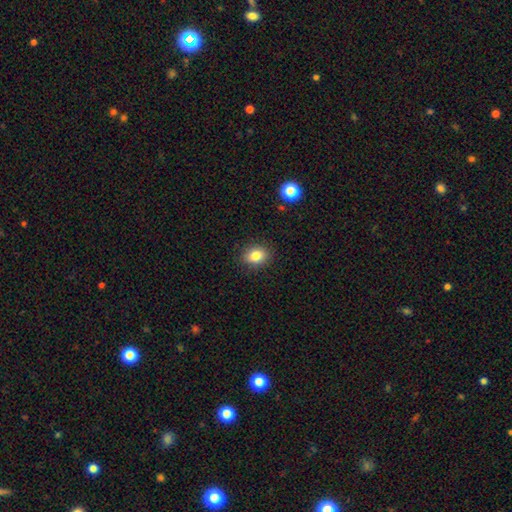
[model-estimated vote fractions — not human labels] This is clearly a smooth galaxy (83%). How rounded: likely in between (62%). Merging: clearly none (88%).